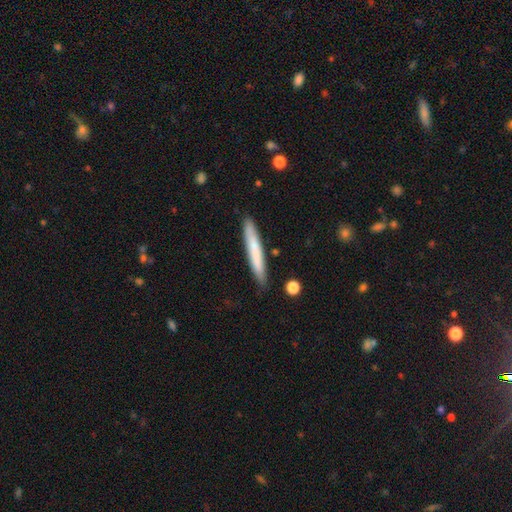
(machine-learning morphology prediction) Q: Smooth or featured?
A: smooth (71%); runner-up: featured or disk (23%)
Q: How rounded?
A: cigar-shaped (95%); runner-up: in between (4%)
Q: Merging?
A: none (87%); runner-up: minor disturbance (10%)